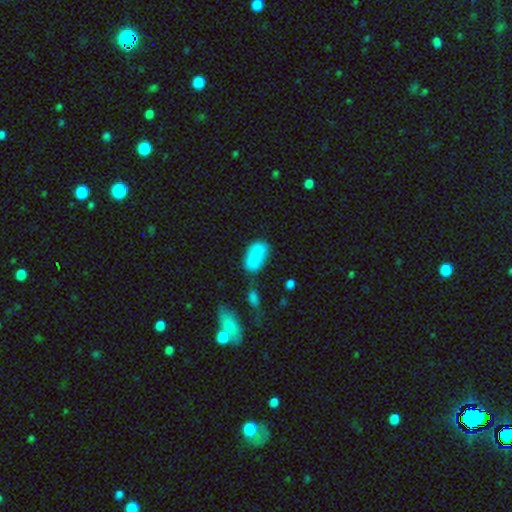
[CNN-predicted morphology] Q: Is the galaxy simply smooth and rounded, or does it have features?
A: smooth — 85%.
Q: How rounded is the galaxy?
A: in between — 92%.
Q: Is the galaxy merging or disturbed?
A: none — 58%.